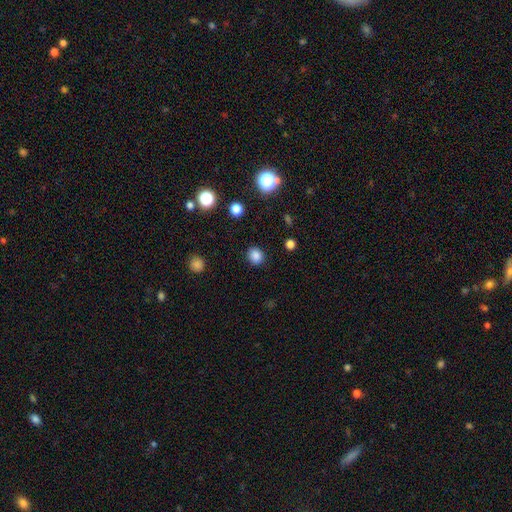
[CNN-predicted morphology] Smooth or featured: smooth — 84% (star or artifact — 12%)
How rounded: round — 75% (in between — 24%)
Merging: none — 89% (minor disturbance — 7%)